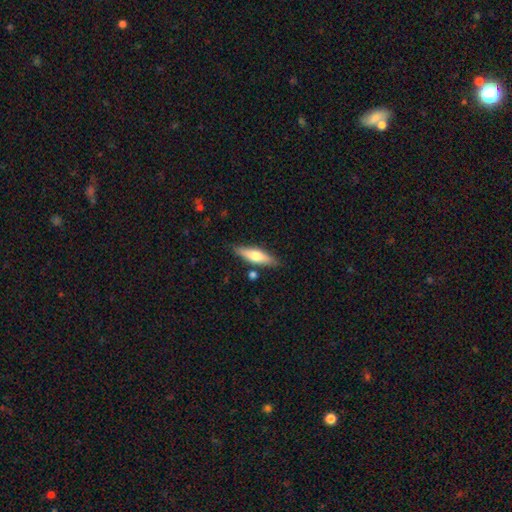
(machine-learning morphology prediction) smooth 55%, featured or disk 39%, star or artifact 6%. Down the decision tree: how rounded — cigar-shaped (63%); merging — none (83%).